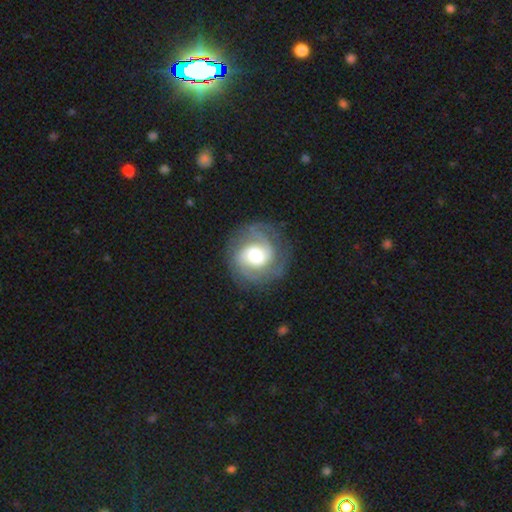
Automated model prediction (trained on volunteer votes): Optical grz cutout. It shows a featured or disk galaxy (76%) with no bar (53%), 2 (42%) tight (46%) spiral arms (93%) and a moderate central bulge (48%). Merging: none (77%).